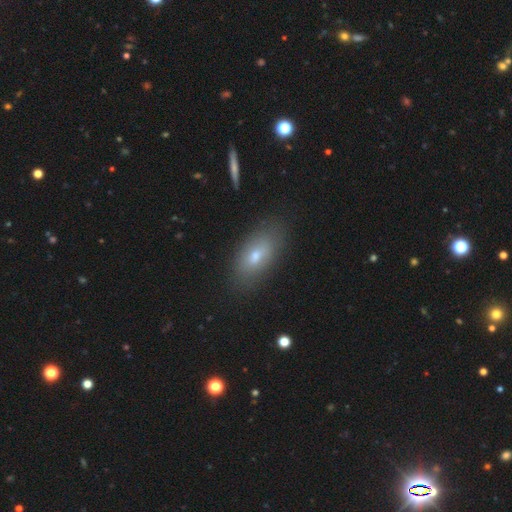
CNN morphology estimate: Overall: smooth (68%). How rounded: in between (86%). Merging: none (82%).